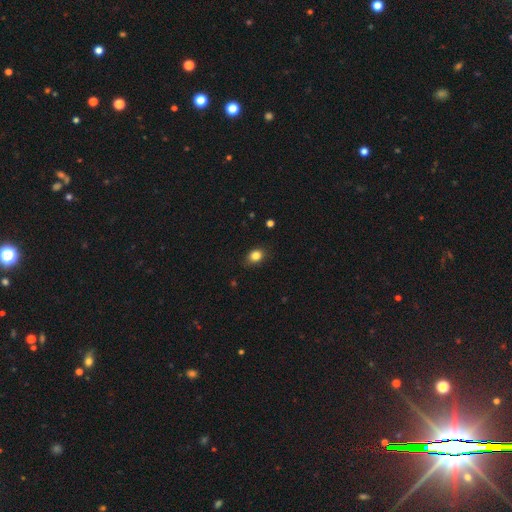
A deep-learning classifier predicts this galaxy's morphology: This is clearly a smooth galaxy (85%). How rounded: possibly in between (54%). Merging: clearly none (84%).